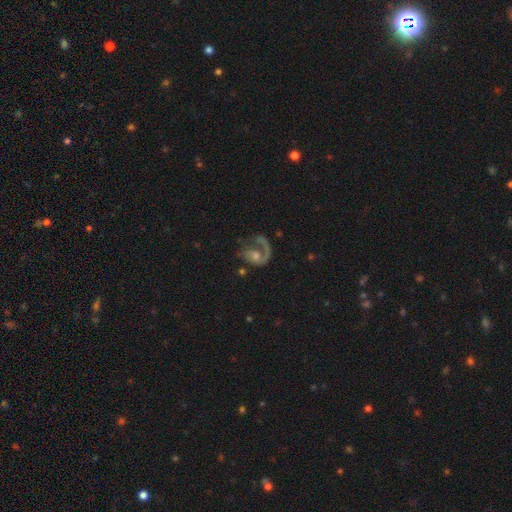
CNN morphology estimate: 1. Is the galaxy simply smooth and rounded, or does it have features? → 78% featured or disk, 14% smooth, 8% star or artifact.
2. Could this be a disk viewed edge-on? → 98% no, 2% yes.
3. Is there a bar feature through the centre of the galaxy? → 71% no, 23% weak, 6% strong.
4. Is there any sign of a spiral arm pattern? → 86% yes, 14% no.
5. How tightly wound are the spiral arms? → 40% loose, 39% medium, 21% tight.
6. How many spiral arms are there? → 84% 1, 9% 2, 4% can't tell, 1% 3, 1% 4, 1% more than 4.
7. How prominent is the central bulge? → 47% moderate, 36% small, 7% none, 7% large, 2% dominant.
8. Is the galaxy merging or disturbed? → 40% major disturbance, 39% none, 14% minor disturbance, 7% merger.